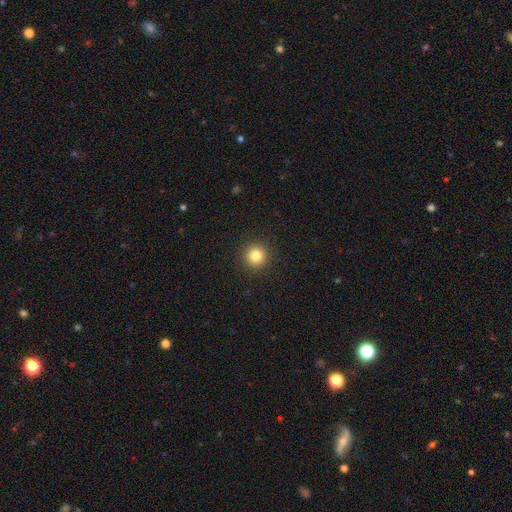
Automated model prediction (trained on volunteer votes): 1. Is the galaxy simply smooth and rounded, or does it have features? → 82% smooth, 12% star or artifact, 6% featured or disk.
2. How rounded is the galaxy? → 95% round, 4% in between, 1% cigar-shaped.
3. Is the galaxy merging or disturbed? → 93% none, 5% minor disturbance, 2% major disturbance, 1% merger.